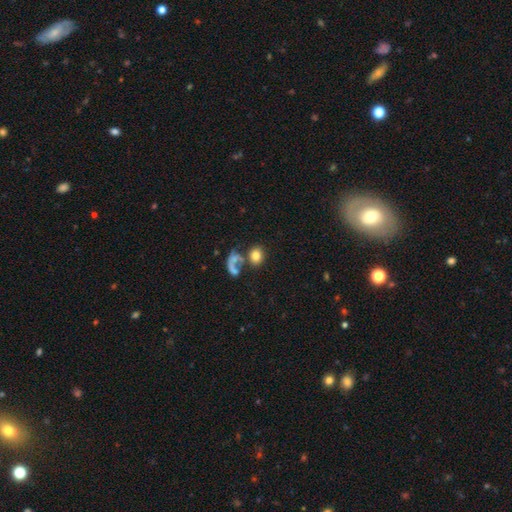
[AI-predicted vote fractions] Q: Smooth or featured?
A: smooth (75%); runner-up: featured or disk (14%)
Q: How rounded?
A: round (56%); runner-up: in between (43%)
Q: Merging?
A: none (52%); runner-up: merger (26%)